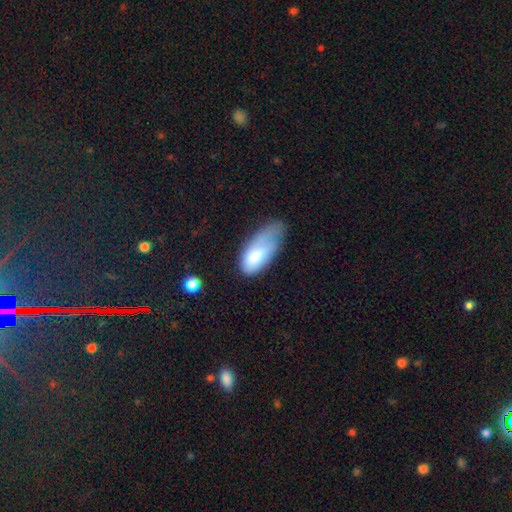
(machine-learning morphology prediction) Smooth or featured: smooth — 76% (featured or disk — 17%)
How rounded: in between — 87% (cigar-shaped — 11%)
Merging: minor disturbance — 44% (major disturbance — 33%)